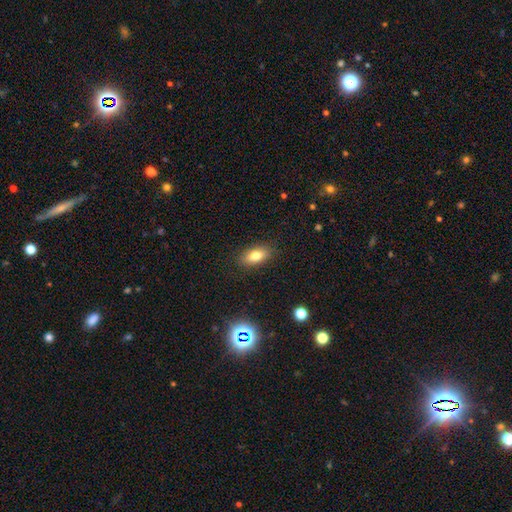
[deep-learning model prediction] Smooth or featured? Predicted: smooth (p=0.78). How rounded? Predicted: in between (p=0.86). Merging? Predicted: none (p=0.87).